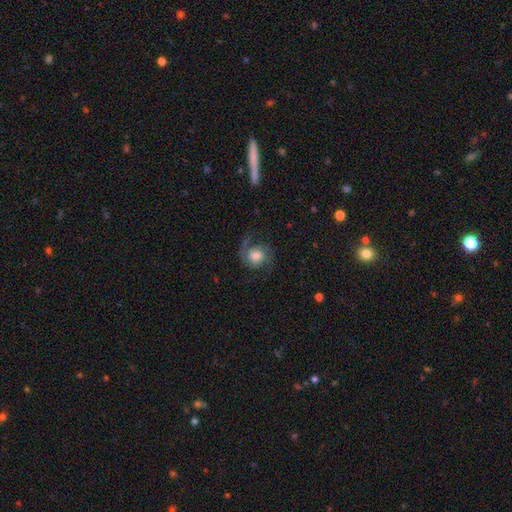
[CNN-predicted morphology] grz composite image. It shows a featured or disk galaxy (77%) with no bar (70%), 2 (87%) medium (48%) spiral arms (96%) and a moderate central bulge (40%). Merging: none (71%).